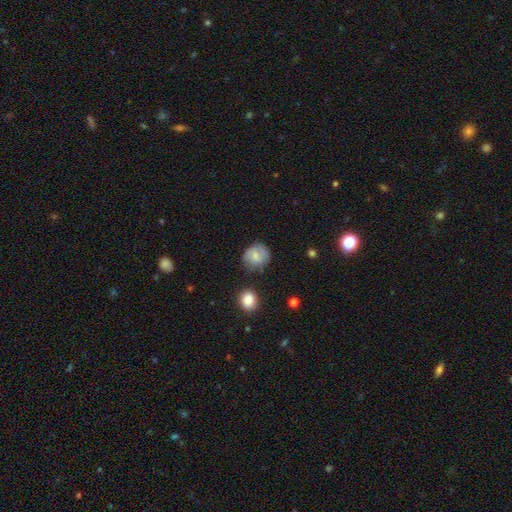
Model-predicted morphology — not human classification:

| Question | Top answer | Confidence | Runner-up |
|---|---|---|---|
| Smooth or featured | smooth | 60% | featured or disk (31%) |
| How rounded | round | 76% | in between (23%) |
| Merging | none | 70% | minor disturbance (20%) |